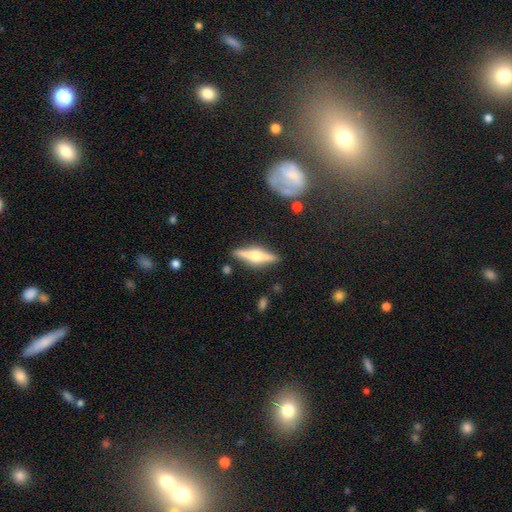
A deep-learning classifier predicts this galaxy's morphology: Smooth or featured? featured or disk (70%)
Edge-on disk? yes (97%)
Edge-on bulge? rounded (91%)
Merging? none (87%)